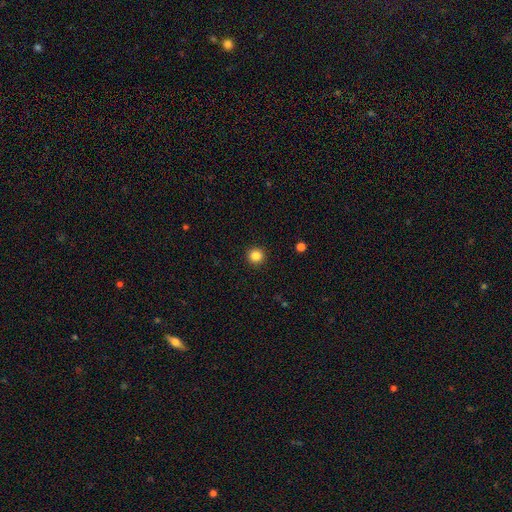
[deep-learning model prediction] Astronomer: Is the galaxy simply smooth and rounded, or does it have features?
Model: smooth — 85%.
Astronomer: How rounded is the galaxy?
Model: round — 96%.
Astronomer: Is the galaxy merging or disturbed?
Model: none — 93%.